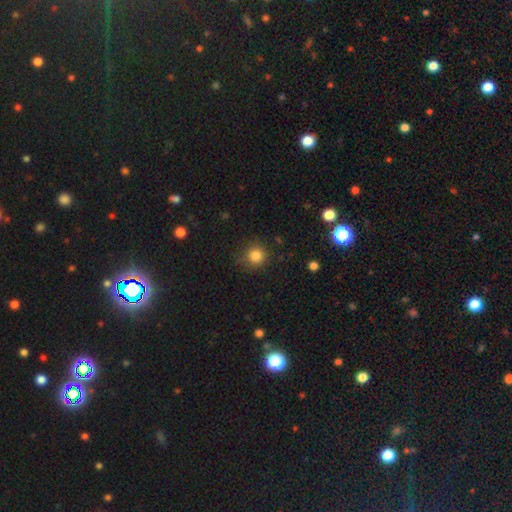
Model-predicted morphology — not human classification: type=smooth (83%); roundness=round (90%); merging=none (80%).